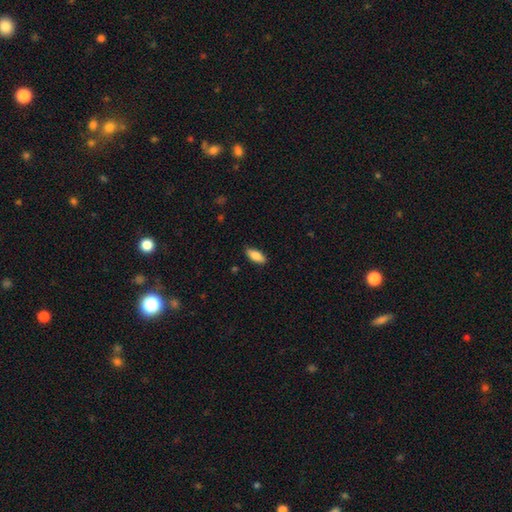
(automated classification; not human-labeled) Q: Smooth or featured?
A: smooth (84%); runner-up: featured or disk (10%)
Q: How rounded?
A: in between (84%); runner-up: cigar-shaped (14%)
Q: Merging?
A: none (85%); runner-up: minor disturbance (12%)